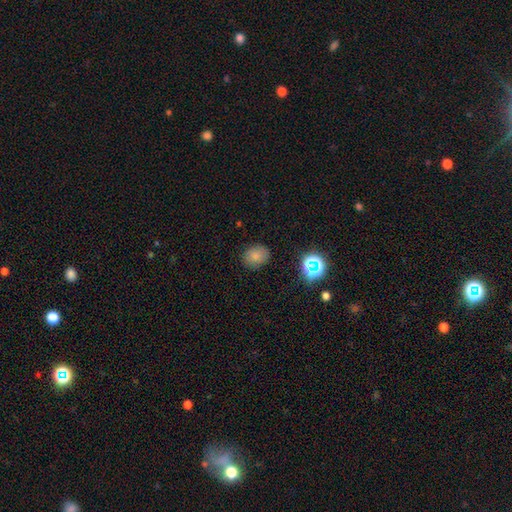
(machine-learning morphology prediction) The model was most divided on "how rounded": round: 51%, in between: 48%, cigar-shaped: 1%. More confident: merging — none (84%); smooth or featured — smooth (78%).